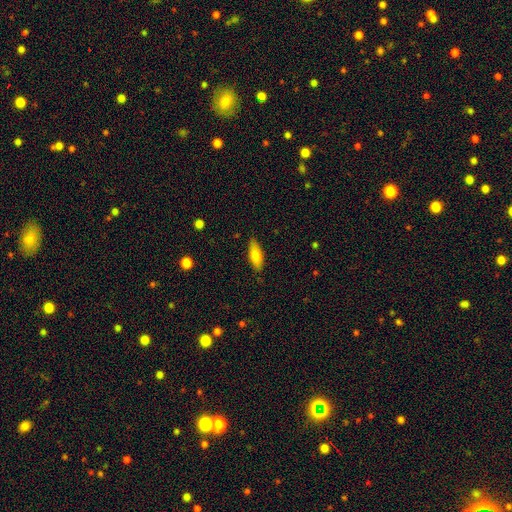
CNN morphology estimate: Smooth or featured? Predicted: smooth (p=0.72). How rounded? Predicted: in between (p=0.64). Merging? Predicted: none (p=0.86).